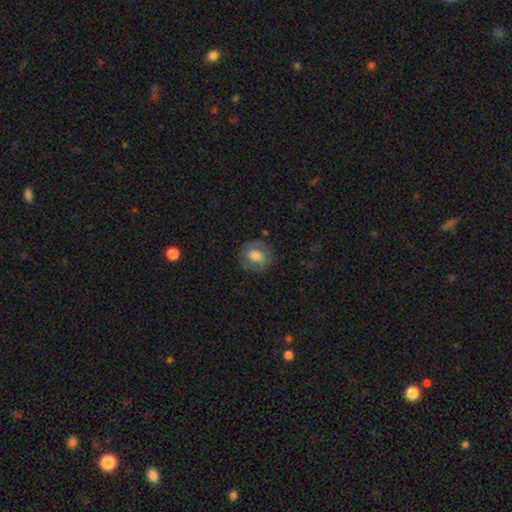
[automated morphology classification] Overall: smooth (53%; featured or disk 39%). How rounded: round (74%). Merging: none (74%).